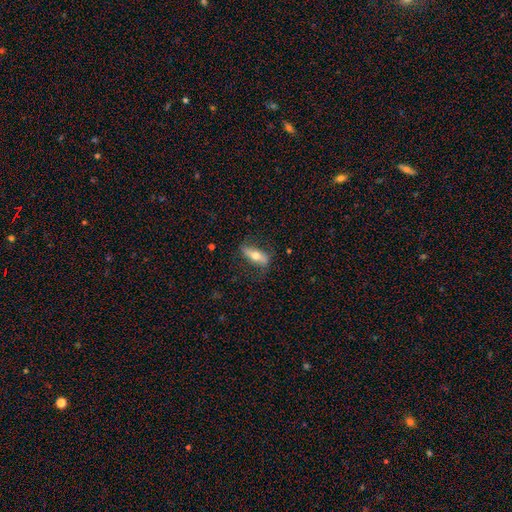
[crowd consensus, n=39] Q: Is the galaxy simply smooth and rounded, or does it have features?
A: smooth — 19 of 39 (49%, tied with featured or disk).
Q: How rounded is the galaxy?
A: in between — 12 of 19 (63%).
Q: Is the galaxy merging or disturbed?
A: none — 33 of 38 (87%).